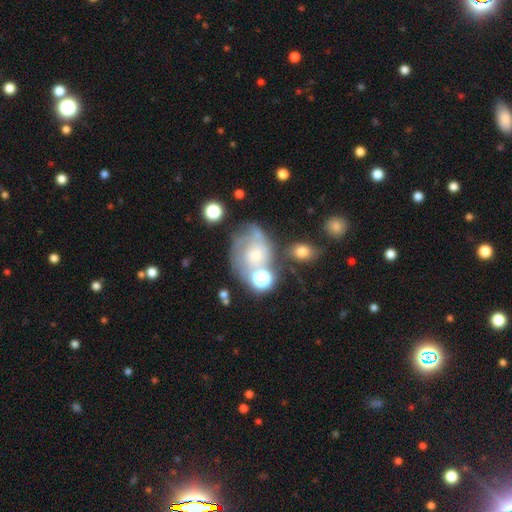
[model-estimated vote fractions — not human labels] Smooth or featured? featured or disk (63%)
Edge-on disk? no (97%)
Bar? no (77%)
Spiral arms? yes (77%)
Bulge size? small (56%)
Merging? none (41%)